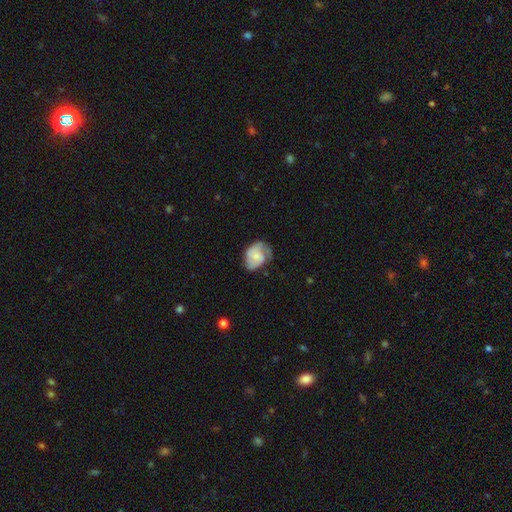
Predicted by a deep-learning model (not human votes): Smooth or featured: featured or disk — 50% (smooth — 43%)
Edge-on disk: no — 97% (yes — 3%)
Merging: none — 47% (minor disturbance — 33%)